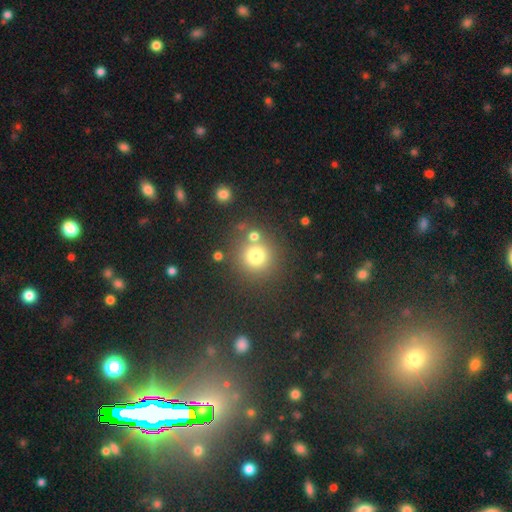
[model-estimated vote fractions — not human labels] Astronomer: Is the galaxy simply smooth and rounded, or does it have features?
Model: smooth — 74%.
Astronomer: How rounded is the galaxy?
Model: round — 93%.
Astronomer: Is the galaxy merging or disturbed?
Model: none — 74%.